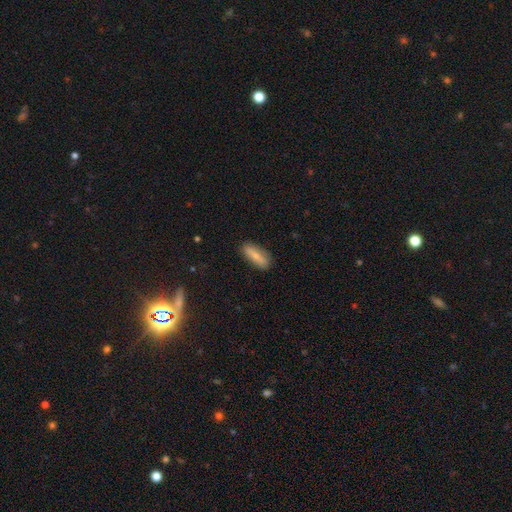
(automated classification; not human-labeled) A smooth galaxy with no disk features (70%) that is in between round and cigar-shaped (61%).

Vote fractions:
- Smooth or featured? smooth: 70% / featured or disk: 23% / star or artifact: 7%
- How rounded? in between: 61% / cigar-shaped: 37% / round: 3%
- Merging? none: 84% / minor disturbance: 12% / major disturbance: 3% / merger: 1%